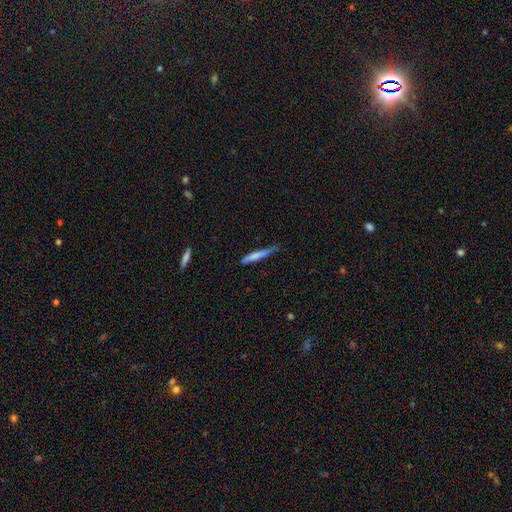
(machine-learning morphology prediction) smooth 69%, featured or disk 25%, star or artifact 6%. Down the decision tree: how rounded — cigar-shaped (93%); merging — none (59%).